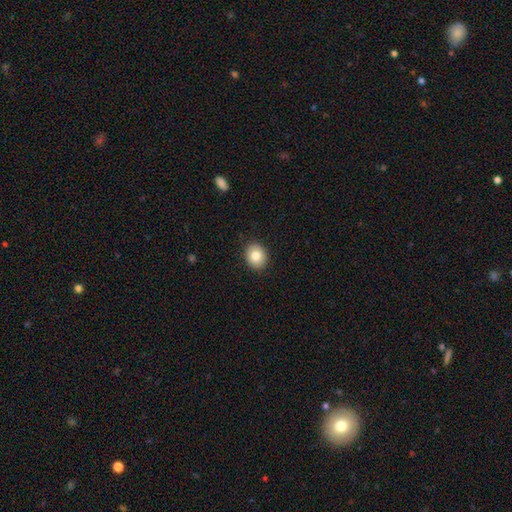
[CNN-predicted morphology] Smooth or featured? smooth (82%)
How rounded? round (63%)
Merging? none (90%)